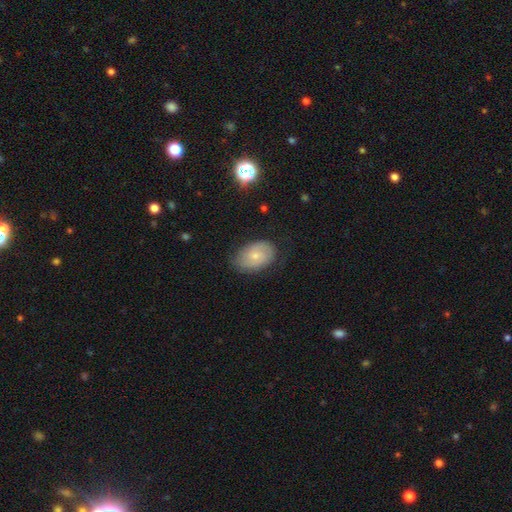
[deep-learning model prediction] A smooth galaxy with no disk features (52%) that is in between round and cigar-shaped (86%). Merging: none (74%).